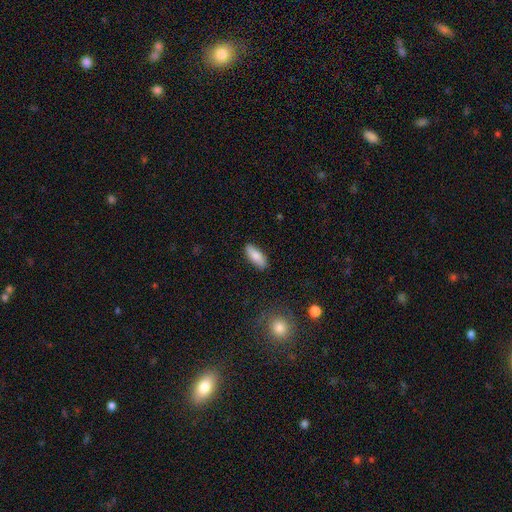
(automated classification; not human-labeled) smooth-or-featured: smooth: 83% | featured or disk: 11% | star or artifact: 6%
  how-rounded: in between: 75% | cigar-shaped: 23% | round: 2%
  merging: none: 87% | minor disturbance: 10% | major disturbance: 2% | merger: 1%